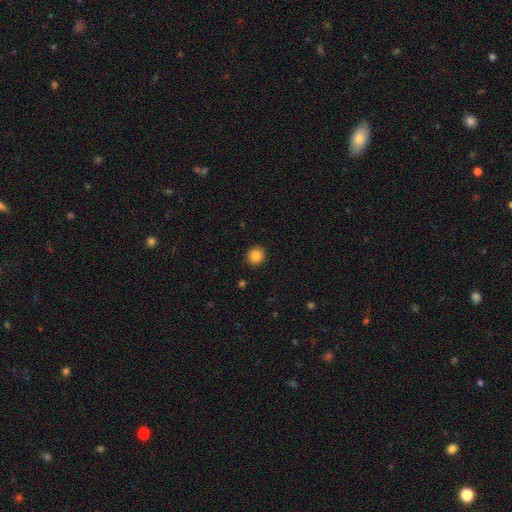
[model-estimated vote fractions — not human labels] A smooth galaxy with no disk features (85%) that is round (90%). Merging: none (92%).